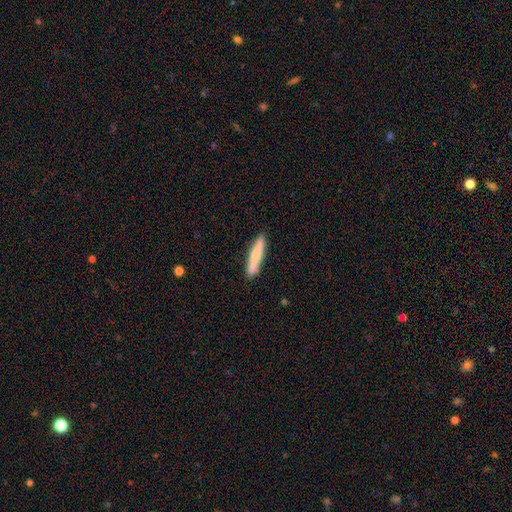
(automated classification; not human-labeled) A smooth galaxy with no disk features (72%) that is cigar-shaped (93%).

Vote fractions:
- Smooth or featured? smooth: 72% / featured or disk: 23% / star or artifact: 6%
- How rounded? cigar-shaped: 93% / in between: 6% / round: 1%
- Merging? none: 88% / minor disturbance: 9% / major disturbance: 2% / merger: 1%